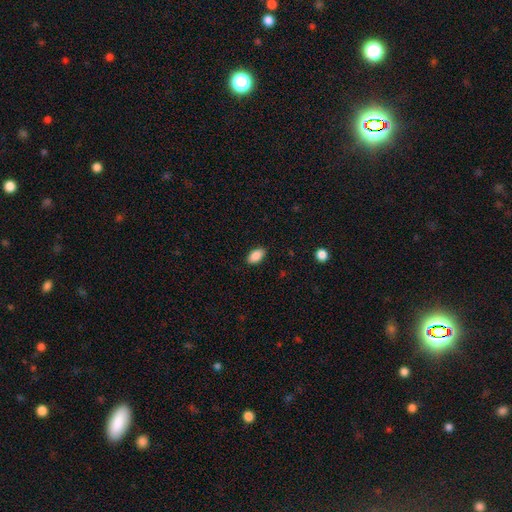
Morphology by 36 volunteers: A smooth galaxy with no disk features (94%) that is in between round and cigar-shaped (100%).

Vote fractions:
- Smooth or featured? smooth: 94% / featured or disk: 3% / star or artifact: 3%
- How rounded? in between: 100% / round: 0% / cigar-shaped: 0%
- Merging? none: 89% / minor disturbance: 9% / major disturbance: 3% / merger: 0%